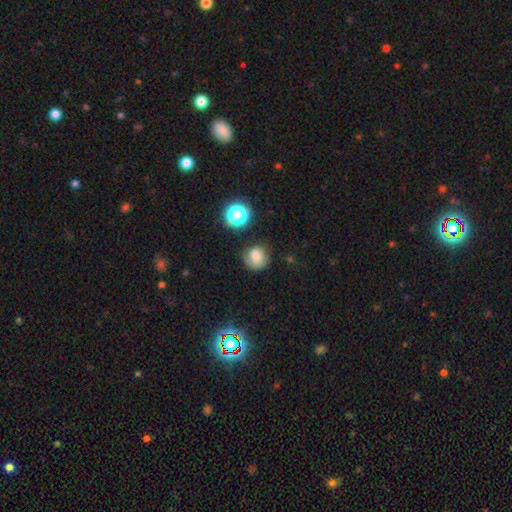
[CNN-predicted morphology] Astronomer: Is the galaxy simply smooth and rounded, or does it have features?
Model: smooth — 74%.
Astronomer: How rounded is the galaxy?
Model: round — 87%.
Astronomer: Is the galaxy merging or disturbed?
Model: none — 66%.